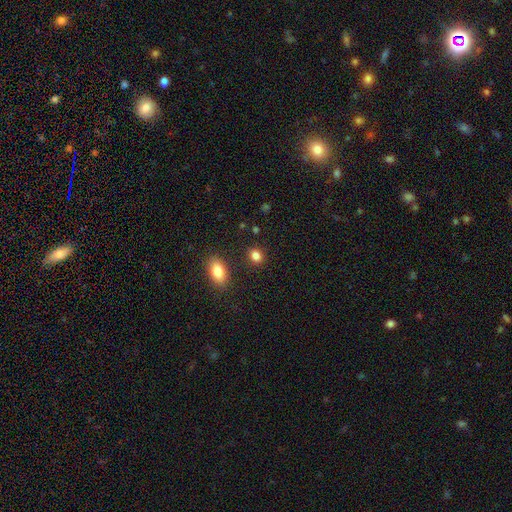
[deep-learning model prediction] This is clearly a smooth galaxy (84%). How rounded: possibly round (52%). Merging: clearly none (86%).